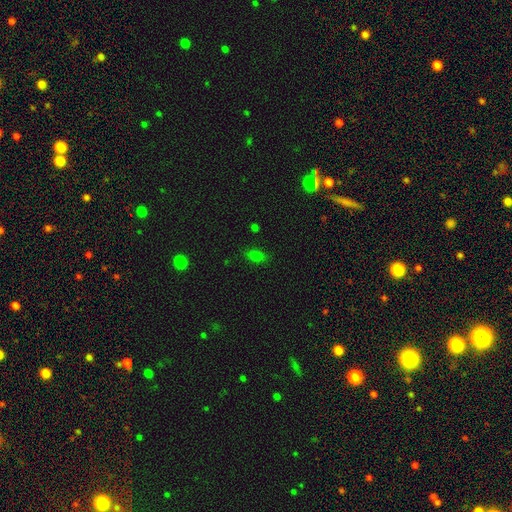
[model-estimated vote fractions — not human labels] Q: Smooth or featured?
A: smooth (74%); runner-up: star or artifact (19%)
Q: How rounded?
A: in between (72%); runner-up: round (24%)
Q: Merging?
A: none (82%); runner-up: minor disturbance (13%)